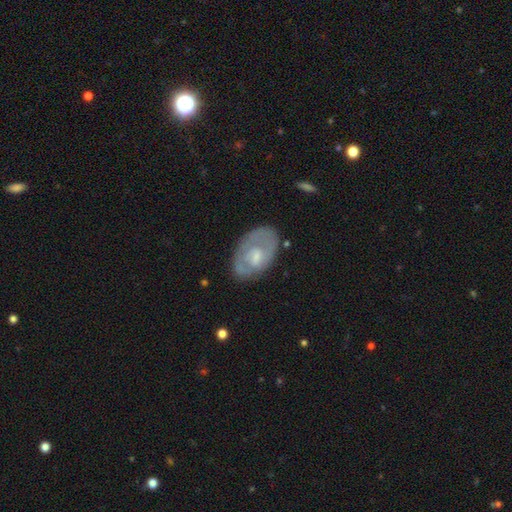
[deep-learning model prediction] A featured or disk galaxy (56%) with no bar (64%), spiral arms (50%, tied with no) and a moderate central bulge (45%).

Vote fractions:
- Smooth or featured? featured or disk: 56% / smooth: 38% / star or artifact: 6%
- Edge-on disk? no: 94% / yes: 6%
- Bar? no: 64% / weak: 31% / strong: 5%
- Spiral arms? yes: 50% (tied) / no: 50% (tied)
- Bulge size? moderate: 45% / small: 37% / none: 10% / large: 7% / dominant: 1%
- Merging? none: 65% / minor disturbance: 23% / major disturbance: 10% / merger: 2%